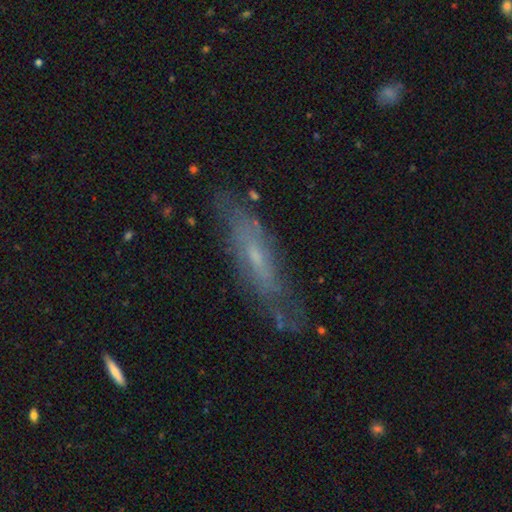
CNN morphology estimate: This is likely a featured or disk galaxy (61%). It is possibly not viewed edge-on (57%). Merging: likely none (71%).